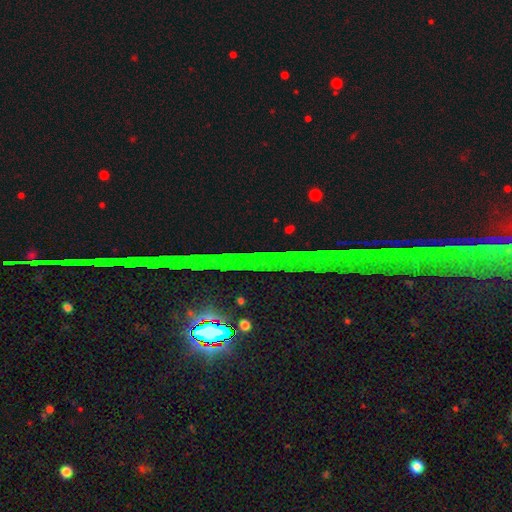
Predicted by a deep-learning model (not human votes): Q: Smooth or featured?
A: star or artifact (86%); runner-up: featured or disk (8%)